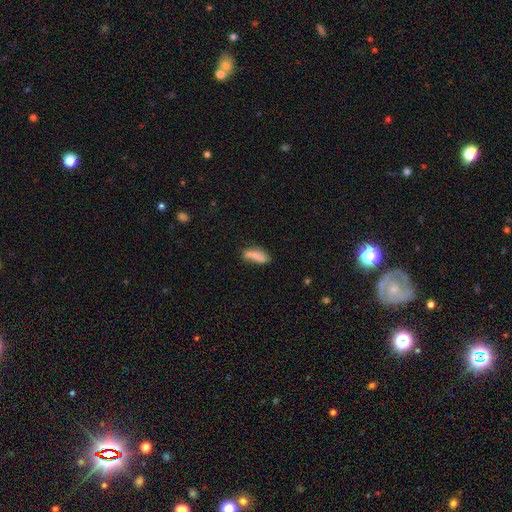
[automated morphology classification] smooth 79%, featured or disk 13%, star or artifact 8%. Down the decision tree: how rounded — in between (62%); merging — none (57%).